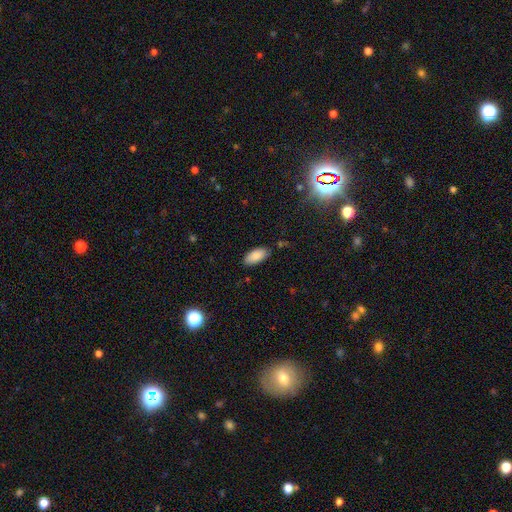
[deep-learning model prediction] smooth-or-featured: smooth: 87% | star or artifact: 7% | featured or disk: 6%
  how-rounded: in between: 92% | cigar-shaped: 6% | round: 2%
  merging: none: 82% | minor disturbance: 13% | major disturbance: 3% | merger: 2%